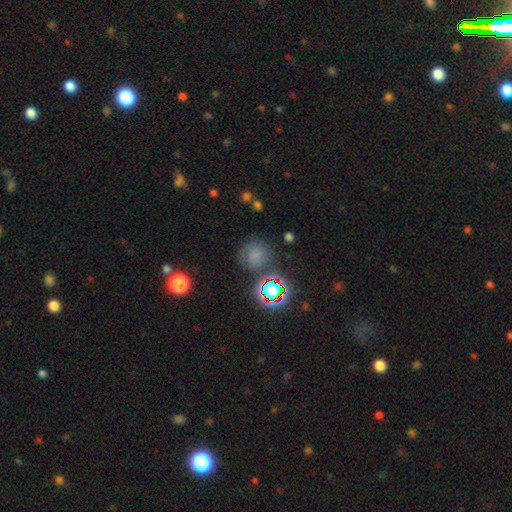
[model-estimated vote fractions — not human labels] Q: Smooth or featured?
A: smooth (65%); runner-up: star or artifact (26%)
Q: How rounded?
A: round (89%); runner-up: in between (10%)
Q: Merging?
A: none (73%); runner-up: minor disturbance (15%)